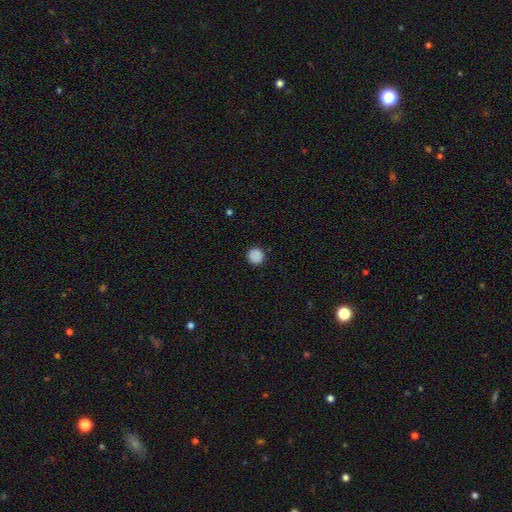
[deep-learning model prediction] smooth-or-featured: smooth: 87% | star or artifact: 10% | featured or disk: 4%
  how-rounded: round: 92% | in between: 7% | cigar-shaped: 1%
  merging: none: 90% | minor disturbance: 7% | major disturbance: 2% | merger: 1%